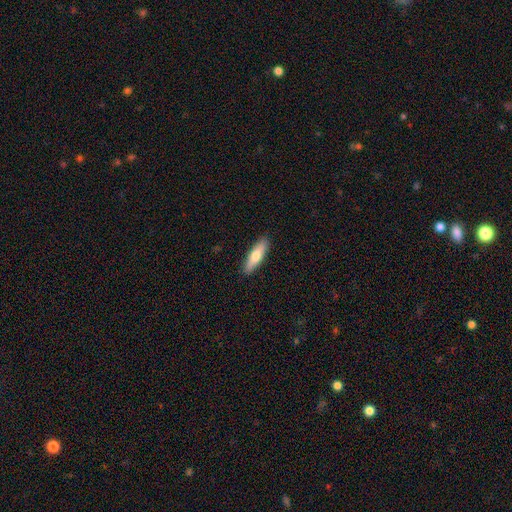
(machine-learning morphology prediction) A smooth galaxy with no disk features (68%) that is cigar-shaped (64%).

Vote fractions:
- Smooth or featured? smooth: 68% / featured or disk: 27% / star or artifact: 5%
- How rounded? cigar-shaped: 64% / in between: 34% / round: 2%
- Merging? none: 90% / minor disturbance: 8% / major disturbance: 2% / merger: 1%